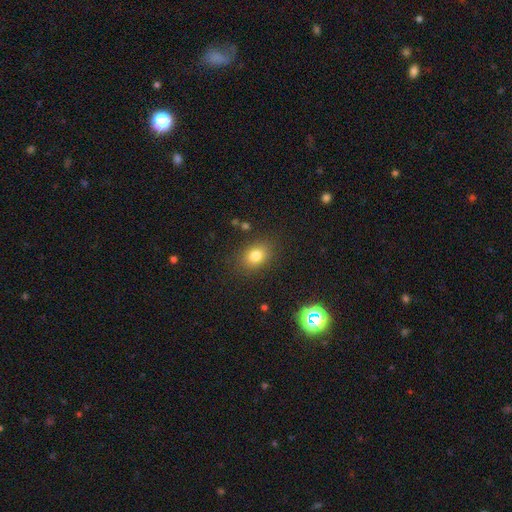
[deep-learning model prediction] Smooth or featured? smooth (80%)
How rounded? in between (62%)
Merging? none (85%)